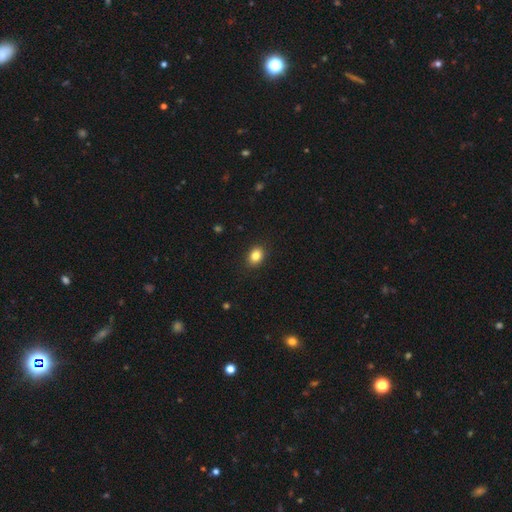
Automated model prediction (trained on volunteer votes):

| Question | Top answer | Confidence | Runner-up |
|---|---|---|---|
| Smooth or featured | smooth | 84% | star or artifact (10%) |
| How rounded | in between | 59% | round (40%) |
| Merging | none | 90% | minor disturbance (8%) |